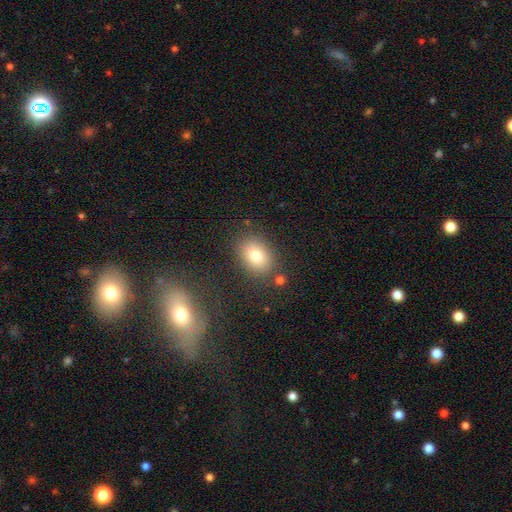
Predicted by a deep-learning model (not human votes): smooth_or_featured: smooth (p=0.80) [alt: star or artifact p=0.10]
how_rounded: in between (p=0.70) [alt: round p=0.29]
merging: none (p=0.81) [alt: minor disturbance p=0.11]